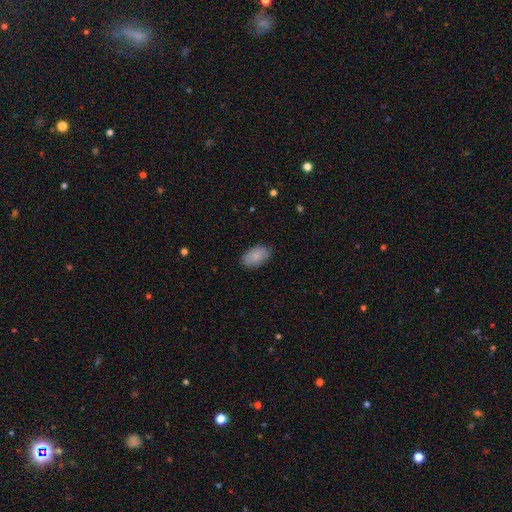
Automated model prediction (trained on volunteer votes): Smooth or featured? smooth (83%)
How rounded? in between (93%)
Merging? none (79%)